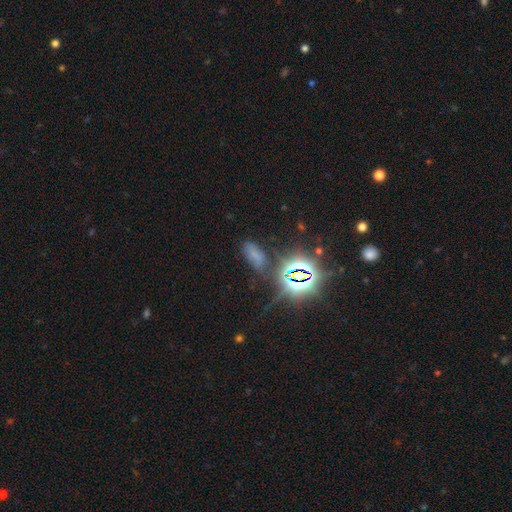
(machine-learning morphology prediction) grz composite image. It shows a star or artifact, not a galaxy (46%).